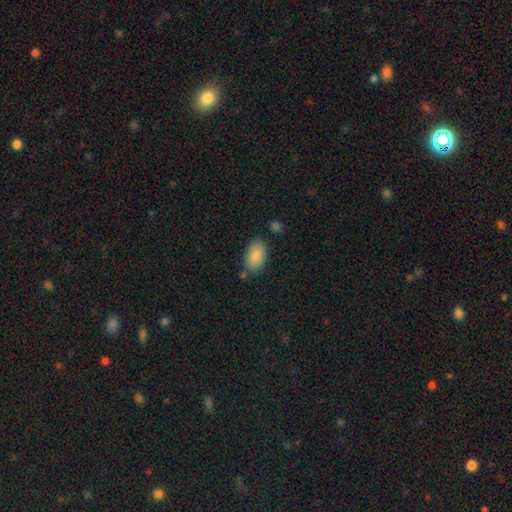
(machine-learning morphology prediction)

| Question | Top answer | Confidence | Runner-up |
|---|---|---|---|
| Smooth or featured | smooth | 87% | star or artifact (7%) |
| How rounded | in between | 92% | round (7%) |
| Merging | none | 78% | minor disturbance (14%) |